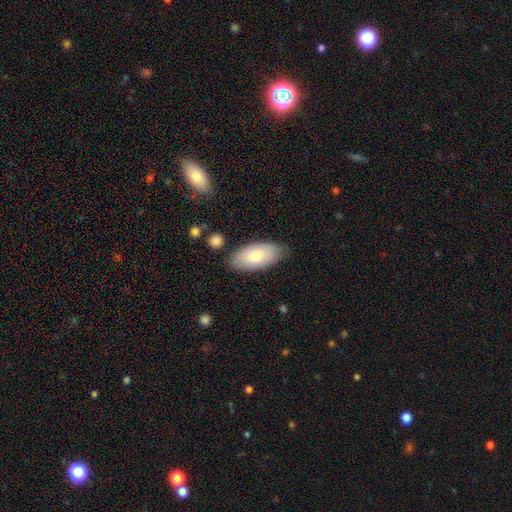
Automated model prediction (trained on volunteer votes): smooth 72%, featured or disk 22%, star or artifact 6%. Down the decision tree: how rounded — in between (92%); merging — none (80%).